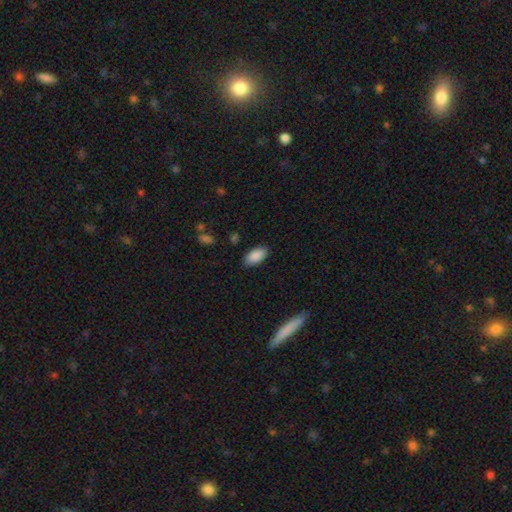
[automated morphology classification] Smooth or featured?
  - smooth: 89% *
  - star or artifact: 7%
  - featured or disk: 5%
How rounded?
  - in between: 93% *
  - cigar-shaped: 5%
  - round: 2%
Merging?
  - none: 86% *
  - minor disturbance: 11%
  - major disturbance: 2%
  - merger: 1%